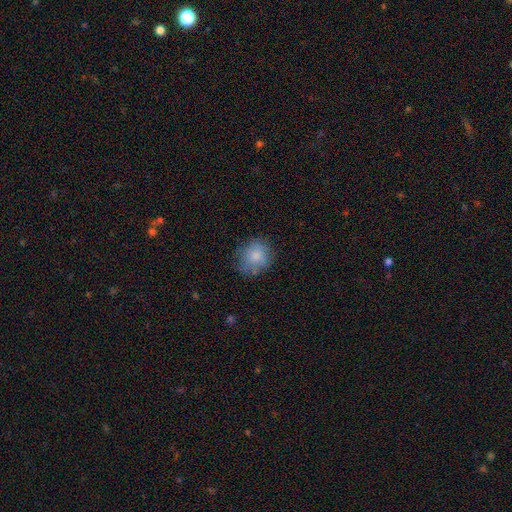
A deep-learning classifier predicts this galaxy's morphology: A smooth galaxy with no disk features (81%) that is round (81%). Merging: none (71%).